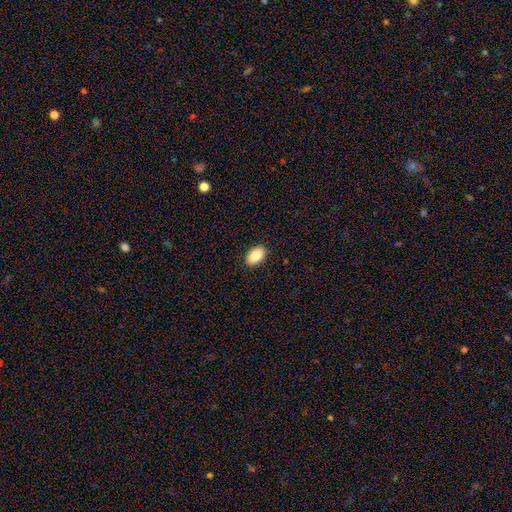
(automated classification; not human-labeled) Overall: smooth (87%). How rounded: in between (92%). Merging: none (89%).